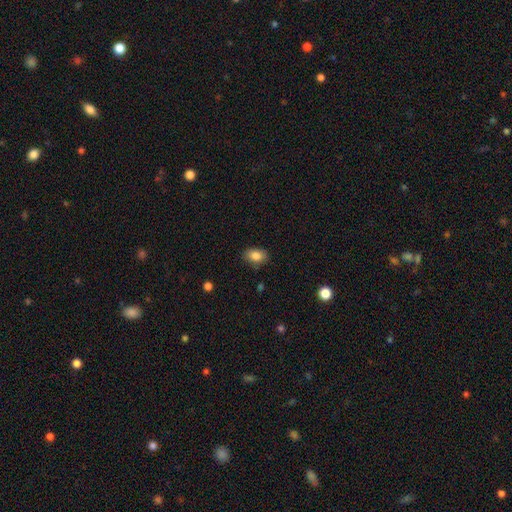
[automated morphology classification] Q: Smooth or featured?
A: smooth (85%); runner-up: star or artifact (9%)
Q: How rounded?
A: in between (83%); runner-up: round (16%)
Q: Merging?
A: none (84%); runner-up: minor disturbance (12%)